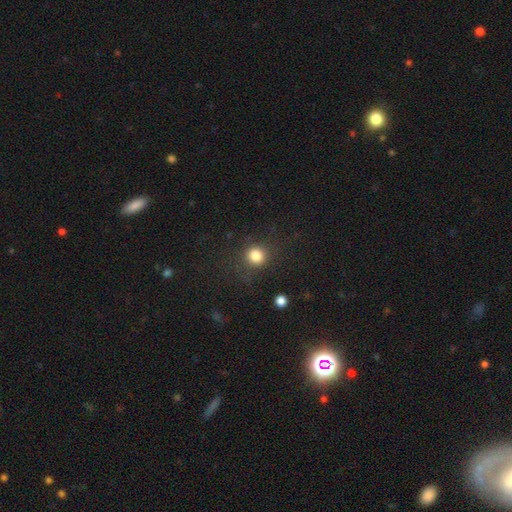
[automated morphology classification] smooth-or-featured: smooth: 83% | star or artifact: 12% | featured or disk: 5%
  how-rounded: round: 88% | in between: 11% | cigar-shaped: 1%
  merging: none: 83% | minor disturbance: 10% | major disturbance: 5% | merger: 2%